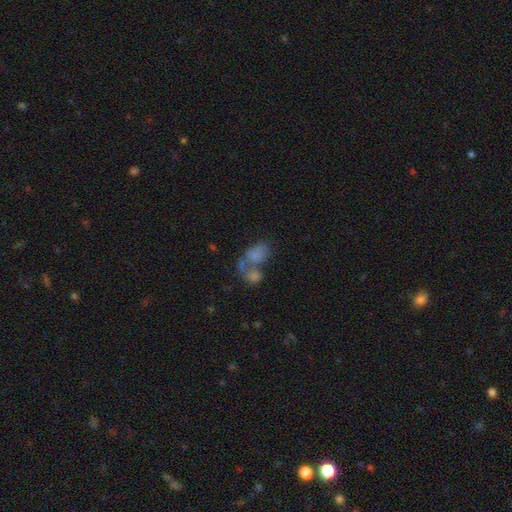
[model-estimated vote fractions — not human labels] A smooth galaxy with no disk features (67%) that is in between round and cigar-shaped (78%).

Vote fractions:
- Smooth or featured? smooth: 67% / featured or disk: 21% / star or artifact: 13%
- How rounded? in between: 78% / round: 20% / cigar-shaped: 2%
- Merging? merger: 61% / none: 19% / major disturbance: 12% / minor disturbance: 9%